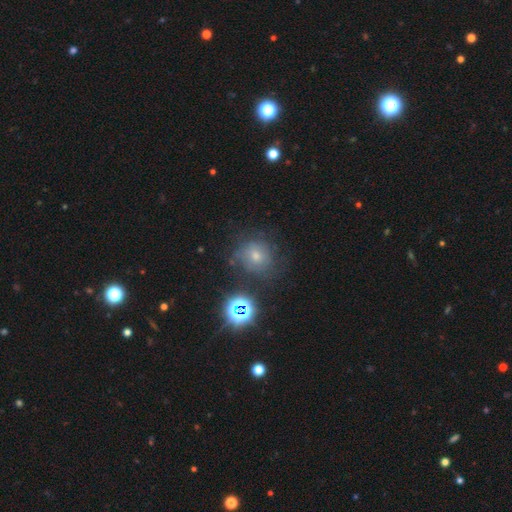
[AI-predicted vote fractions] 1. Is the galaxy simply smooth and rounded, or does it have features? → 38% smooth, 36% star or artifact, 26% featured or disk.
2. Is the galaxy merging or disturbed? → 70% none, 17% minor disturbance, 9% major disturbance, 4% merger.